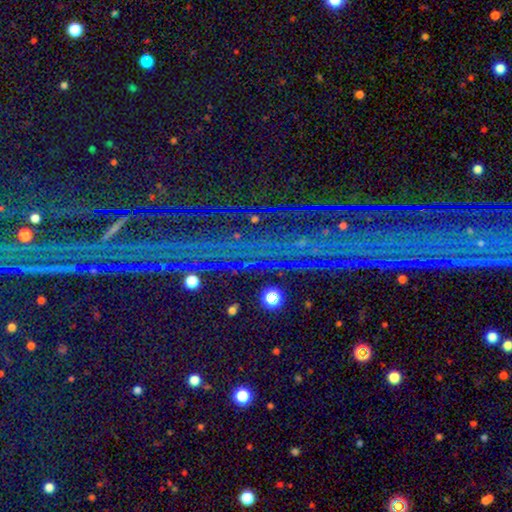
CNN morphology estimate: This is clearly a star or artifact rather than a galaxy (83%).